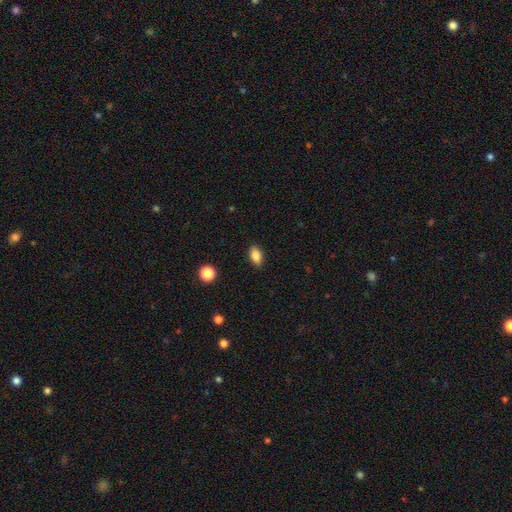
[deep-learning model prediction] The model was most divided on "smooth or featured": smooth: 85%, star or artifact: 9%, featured or disk: 6%. More confident: how rounded — in between (88%); merging — none (87%).